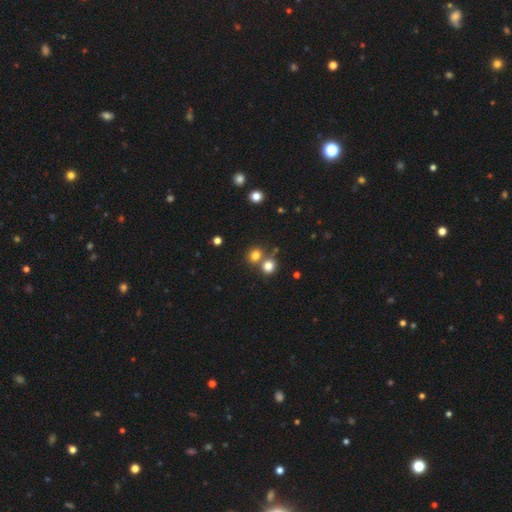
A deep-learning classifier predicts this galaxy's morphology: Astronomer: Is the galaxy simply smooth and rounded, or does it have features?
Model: smooth — 78%.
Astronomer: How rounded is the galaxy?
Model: round — 75%.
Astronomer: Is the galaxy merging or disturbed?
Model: none — 56% (runner-up: merger, 34%).